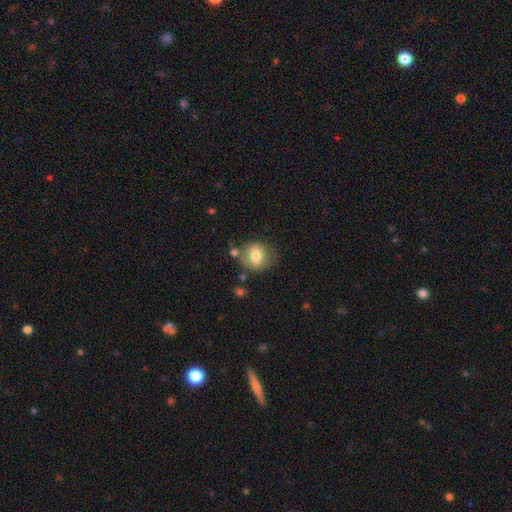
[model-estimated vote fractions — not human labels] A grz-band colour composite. It shows a smooth galaxy with no disk features (69%) that is round (70%). Merging: none (69%).